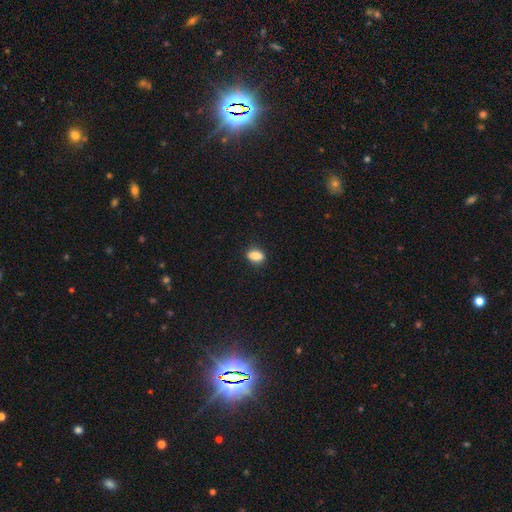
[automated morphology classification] Smooth or featured?
  - smooth: 83% *
  - star or artifact: 9%
  - featured or disk: 8%
How rounded?
  - in between: 77% *
  - round: 16%
  - cigar-shaped: 7%
Merging?
  - none: 84% *
  - minor disturbance: 12%
  - major disturbance: 3%
  - merger: 2%